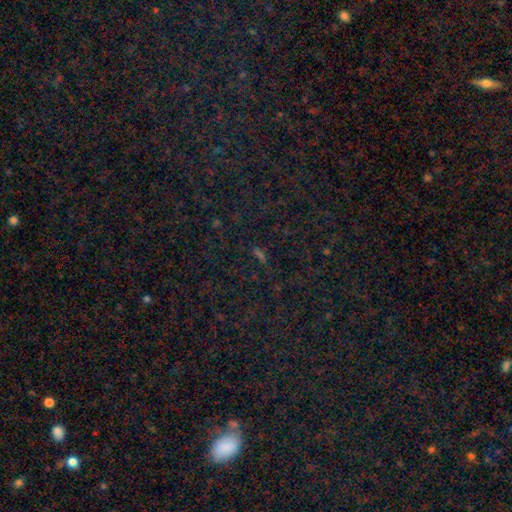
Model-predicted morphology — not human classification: smooth_or_featured: star or artifact (p=0.75) [alt: smooth p=0.16]